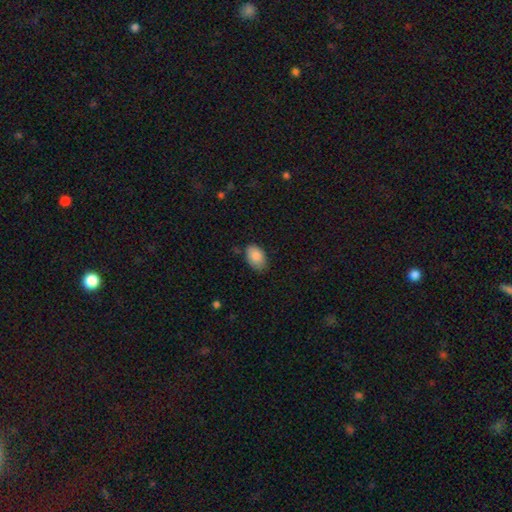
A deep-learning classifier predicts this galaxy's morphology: Smooth or featured? smooth (86%)
How rounded? in between (90%)
Merging? none (75%)